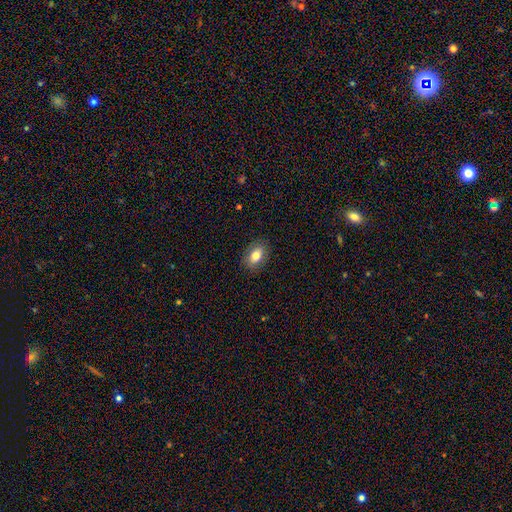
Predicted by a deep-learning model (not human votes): Smooth or featured: smooth — 78% (featured or disk — 14%)
How rounded: in between — 85% (round — 13%)
Merging: none — 87% (minor disturbance — 9%)